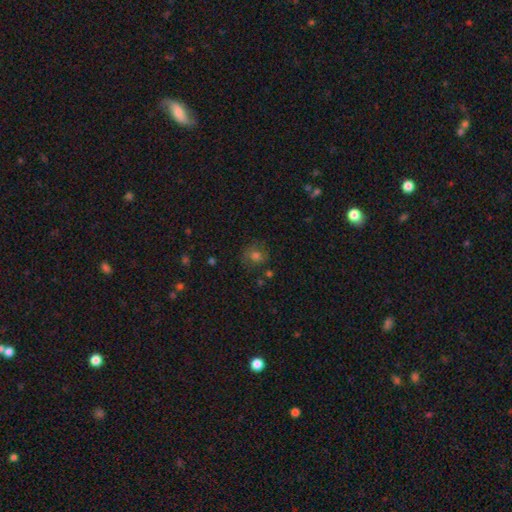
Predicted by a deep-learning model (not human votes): Q: Smooth or featured?
A: smooth (64%); runner-up: star or artifact (19%)
Q: How rounded?
A: round (76%); runner-up: in between (23%)
Q: Merging?
A: none (73%); runner-up: minor disturbance (17%)